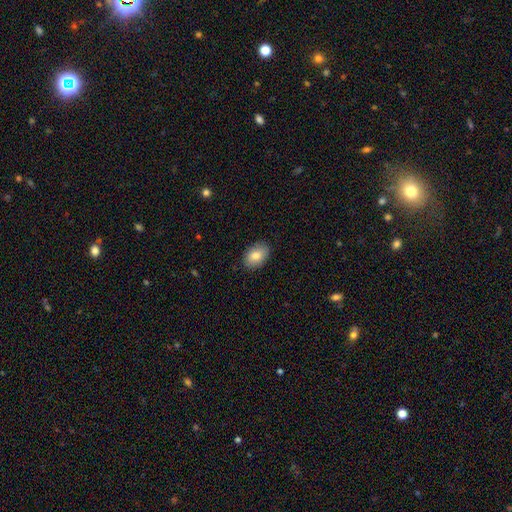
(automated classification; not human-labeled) Q: Smooth or featured?
A: smooth (82%); runner-up: featured or disk (11%)
Q: How rounded?
A: in between (86%); runner-up: round (13%)
Q: Merging?
A: none (88%); runner-up: minor disturbance (9%)